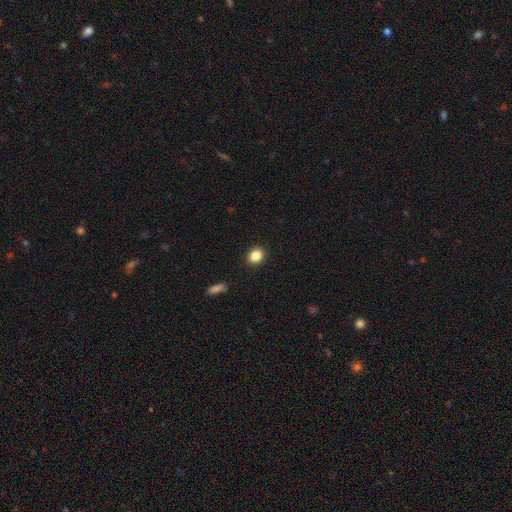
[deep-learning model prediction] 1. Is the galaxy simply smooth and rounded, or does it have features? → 85% smooth, 10% star or artifact, 5% featured or disk.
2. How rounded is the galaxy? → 61% round, 37% in between, 1% cigar-shaped.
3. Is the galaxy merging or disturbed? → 91% none, 6% minor disturbance, 2% major disturbance, 1% merger.